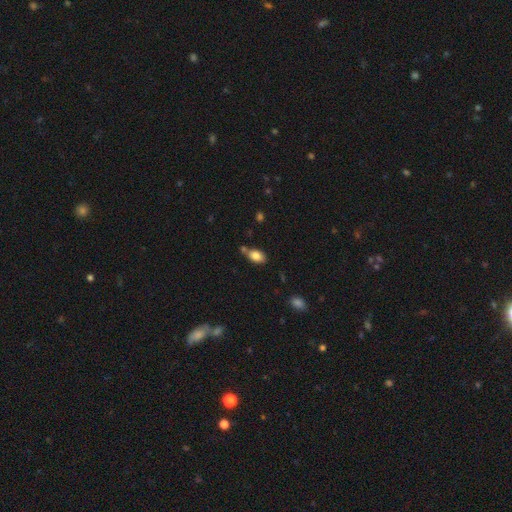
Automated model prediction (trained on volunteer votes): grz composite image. It shows a smooth galaxy with no disk features (82%) that is in between round and cigar-shaped (89%). Merging: none (62%).